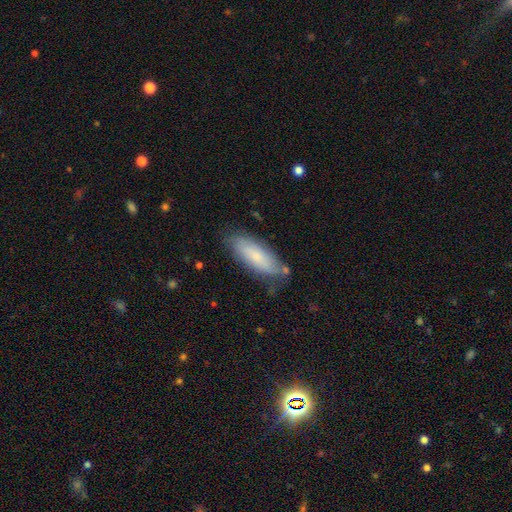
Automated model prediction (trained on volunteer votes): Morphology: type=smooth (69%); roundness=in between (67%); merging=none (74%).